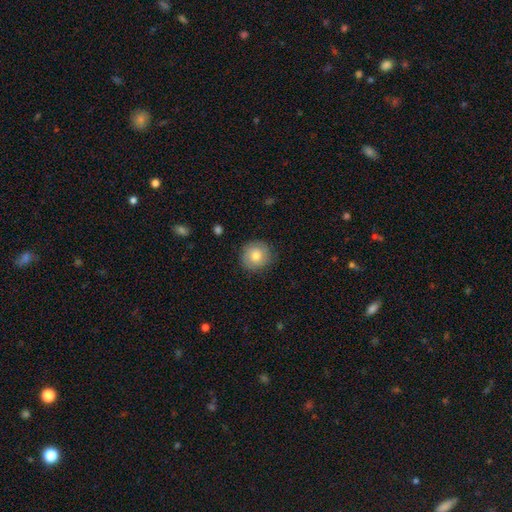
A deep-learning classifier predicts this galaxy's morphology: Smooth or featured: smooth — 77% (featured or disk — 15%)
How rounded: round — 92% (in between — 7%)
Merging: none — 85% (minor disturbance — 11%)